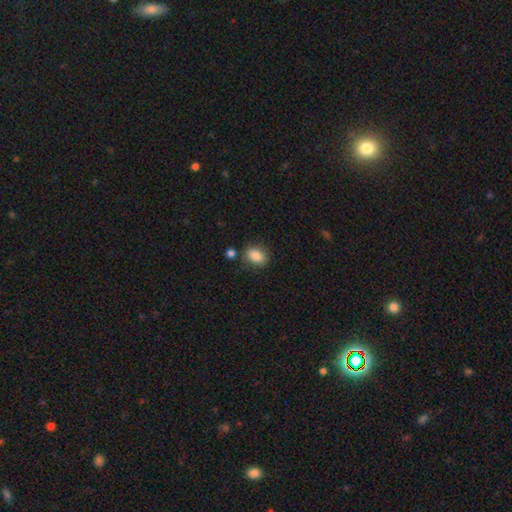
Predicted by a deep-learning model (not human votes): This is clearly a smooth galaxy (86%). How rounded: likely in between (74%). Merging: likely none (78%).